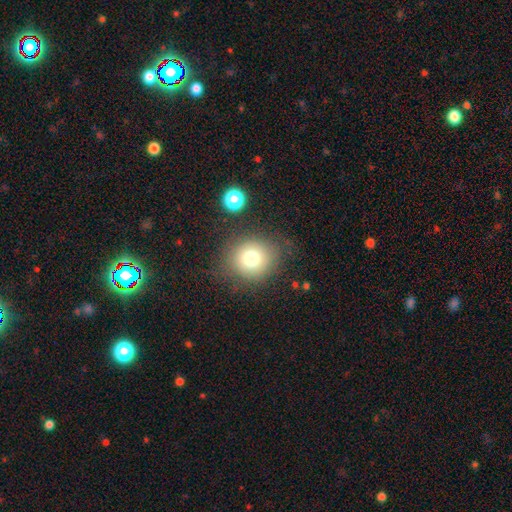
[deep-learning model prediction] Overall: smooth (75%). How rounded: round (81%). Merging: none (79%).